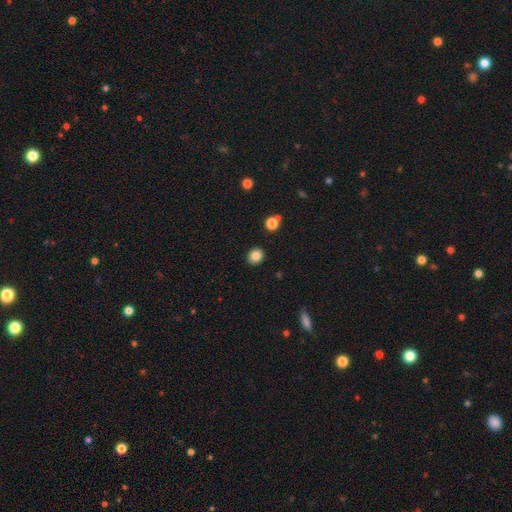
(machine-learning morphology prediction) This appears to be a smooth galaxy with no disk features (85%) that is round (81%). Merging: none (90%).